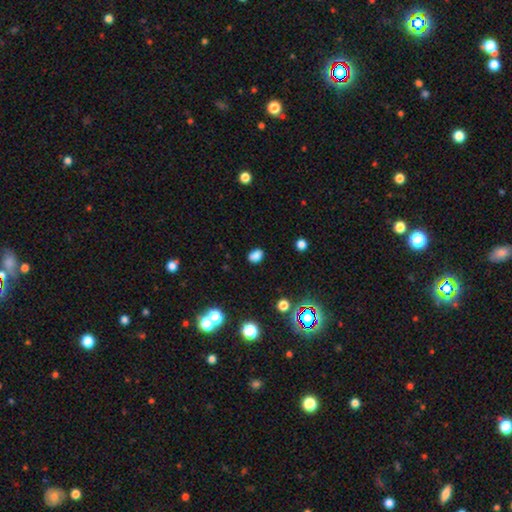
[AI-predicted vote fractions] Morphology: type=smooth (81%); roundness=in between (78%); merging=none (82%).